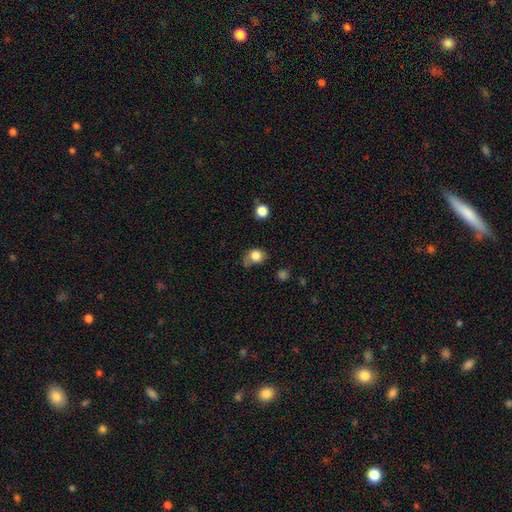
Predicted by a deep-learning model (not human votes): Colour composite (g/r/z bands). It shows a smooth galaxy with no disk features (81%) that is round (56%). Merging: none (47%).